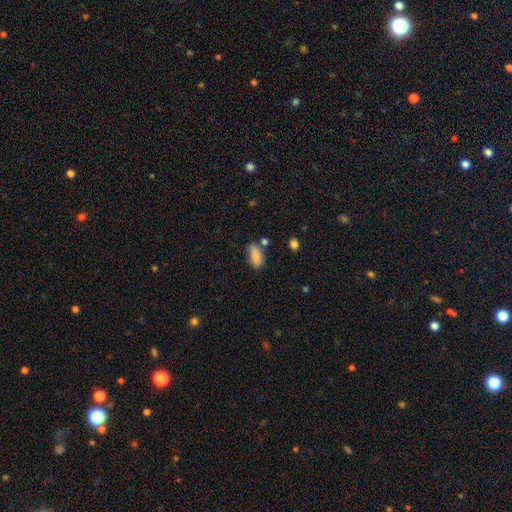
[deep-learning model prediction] Q: Smooth or featured?
A: smooth (84%); runner-up: featured or disk (9%)
Q: How rounded?
A: in between (90%); runner-up: cigar-shaped (6%)
Q: Merging?
A: none (62%); runner-up: minor disturbance (24%)